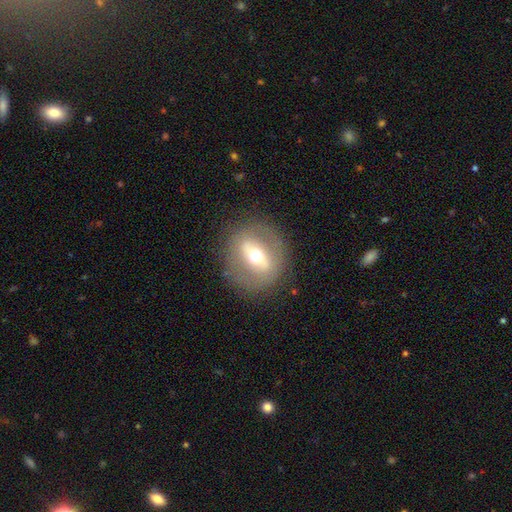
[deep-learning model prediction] The model was most divided on "smooth or featured": featured or disk: 58%, smooth: 34%, star or artifact: 8%. More confident: merging — none (82%); edge-on disk — no (82%).